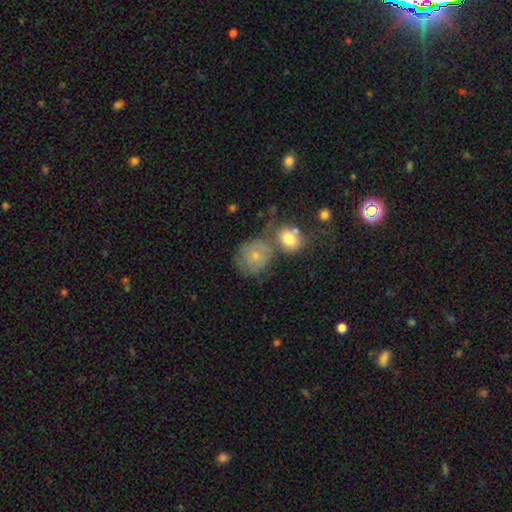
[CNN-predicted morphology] Smooth or featured: smooth — 70% (featured or disk — 20%)
How rounded: round — 75% (in between — 24%)
Merging: none — 42% (merger — 31%)